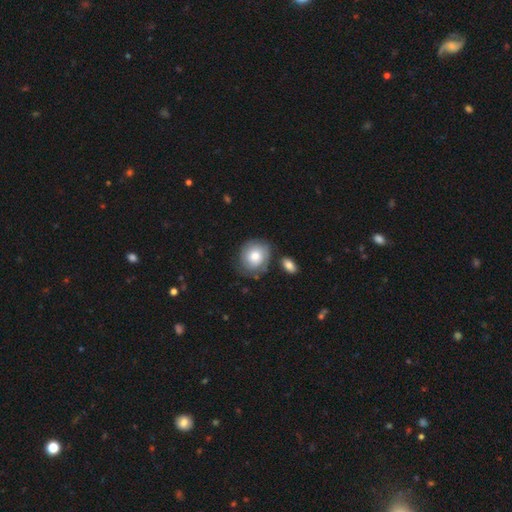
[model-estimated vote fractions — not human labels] Smooth or featured? smooth (65%)
How rounded? round (74%)
Merging? none (69%)